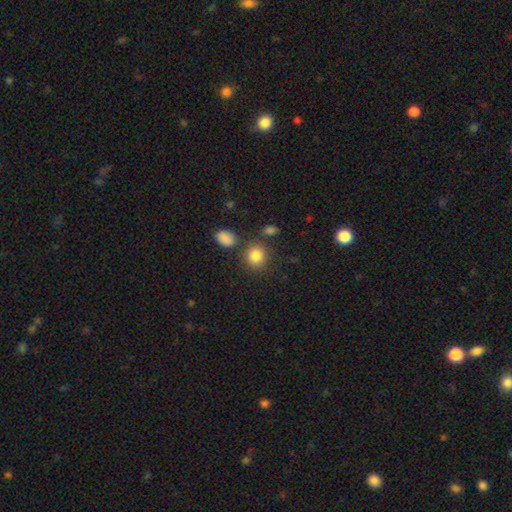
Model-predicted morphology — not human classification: This appears to be a smooth galaxy with no disk features (85%) that is round (79%). Merging: none (76%).